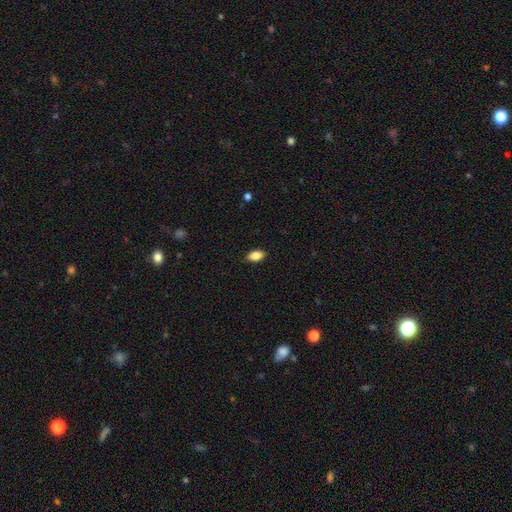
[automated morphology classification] Q: Smooth or featured?
A: smooth (86%); runner-up: star or artifact (8%)
Q: How rounded?
A: in between (90%); runner-up: round (6%)
Q: Merging?
A: none (87%); runner-up: minor disturbance (10%)